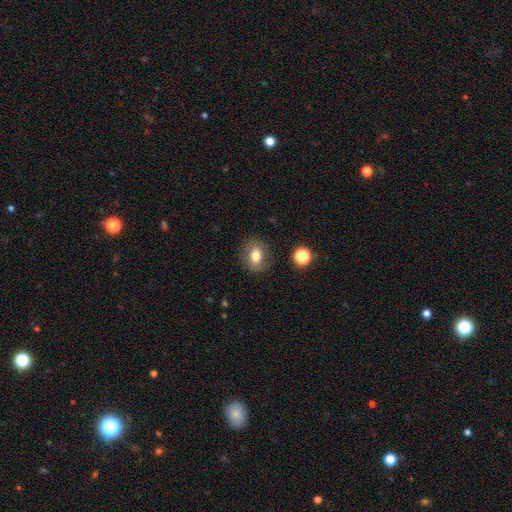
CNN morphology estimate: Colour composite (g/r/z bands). It shows a smooth galaxy with no disk features (74%) that is in between round and cigar-shaped (53%). Merging: none (84%).